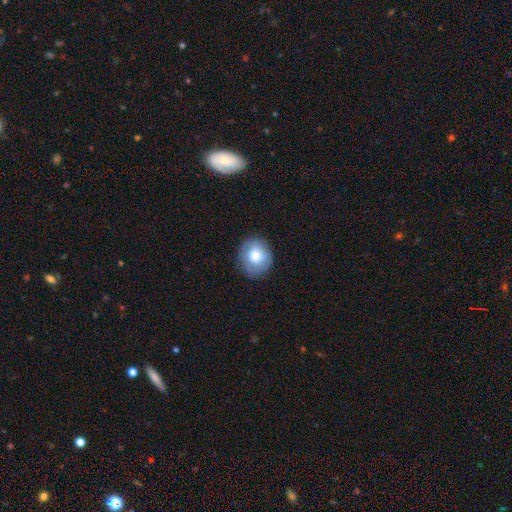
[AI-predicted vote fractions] Q: Smooth or featured?
A: smooth (77%); runner-up: featured or disk (15%)
Q: How rounded?
A: round (77%); runner-up: in between (22%)
Q: Merging?
A: none (81%); runner-up: minor disturbance (14%)